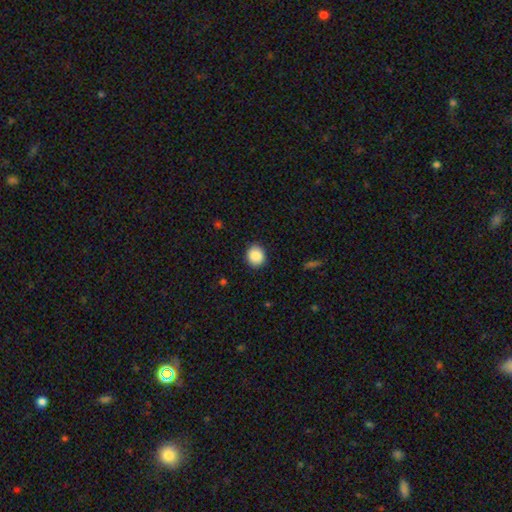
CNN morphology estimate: type=smooth (88%); roundness=round (80%); merging=none (89%).